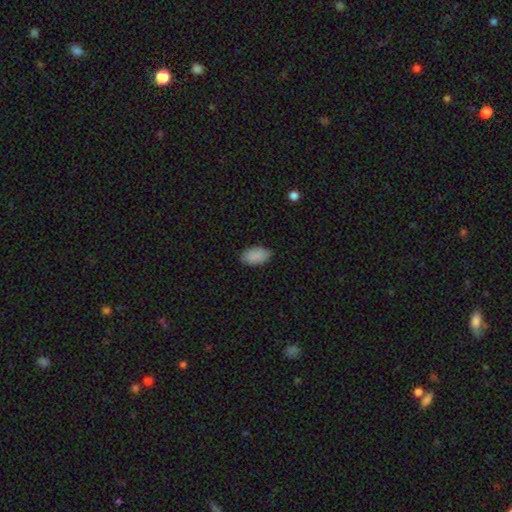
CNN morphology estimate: A smooth galaxy with no disk features (90%) that is in between round and cigar-shaped (95%). Merging: none (86%).